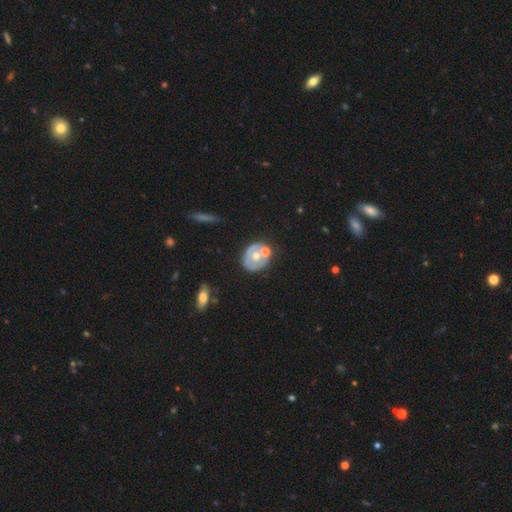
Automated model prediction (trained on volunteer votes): This appears to be a featured or disk galaxy (52%). Merging: none (46%).